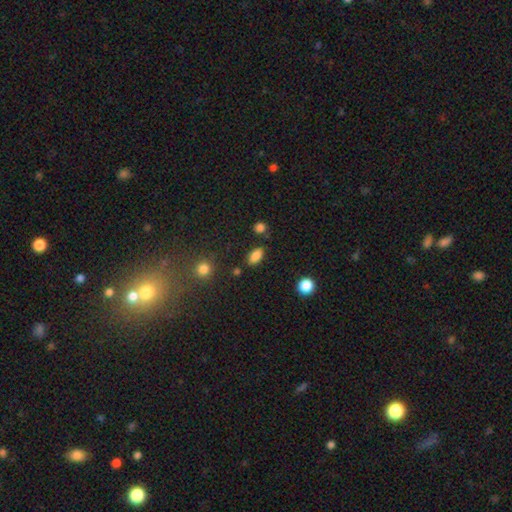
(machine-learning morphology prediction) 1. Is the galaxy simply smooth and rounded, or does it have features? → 85% smooth, 9% star or artifact, 5% featured or disk.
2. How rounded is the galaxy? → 88% in between, 7% round, 5% cigar-shaped.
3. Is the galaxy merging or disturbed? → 82% none, 11% minor disturbance, 4% merger, 3% major disturbance.